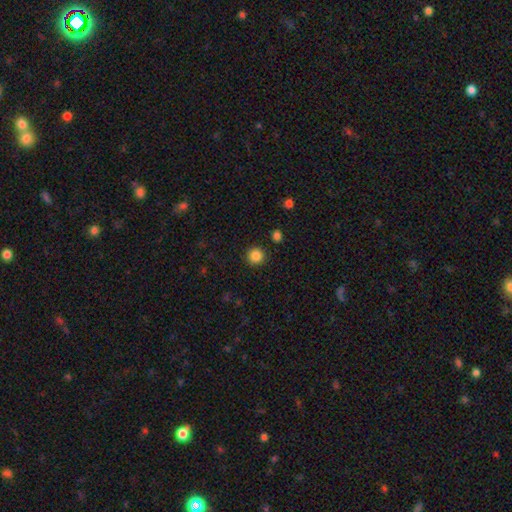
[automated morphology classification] smooth-or-featured: smooth: 86% | star or artifact: 11% | featured or disk: 3%
  how-rounded: round: 95% | in between: 4% | cigar-shaped: 1%
  merging: none: 92% | minor disturbance: 5% | major disturbance: 2% | merger: 2%